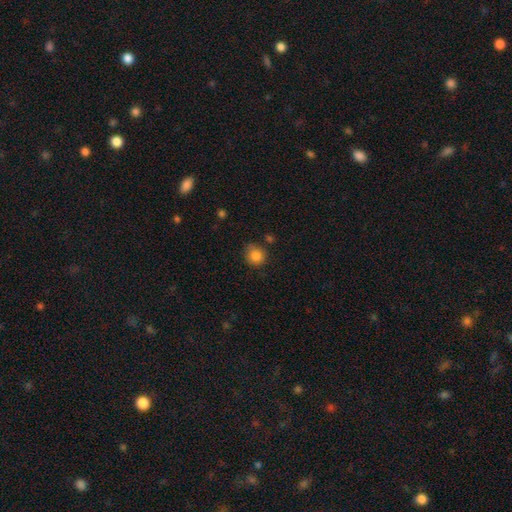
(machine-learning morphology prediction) Q: Smooth or featured?
A: smooth (84%); runner-up: star or artifact (10%)
Q: How rounded?
A: round (85%); runner-up: in between (14%)
Q: Merging?
A: none (72%); runner-up: minor disturbance (20%)